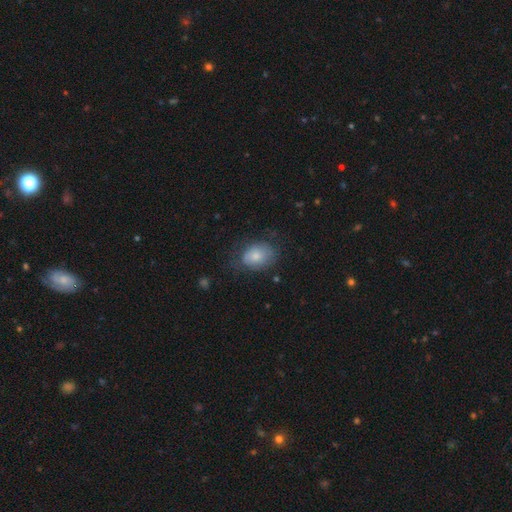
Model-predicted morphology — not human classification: Q: Smooth or featured?
A: smooth (74%); runner-up: featured or disk (19%)
Q: How rounded?
A: in between (72%); runner-up: round (27%)
Q: Merging?
A: none (59%); runner-up: minor disturbance (27%)